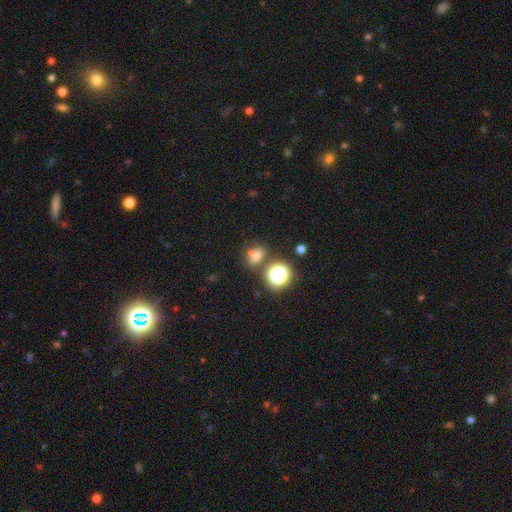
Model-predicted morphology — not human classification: This appears to be a smooth galaxy with no disk features (61%) that is round (53%). Merging: none (60%).